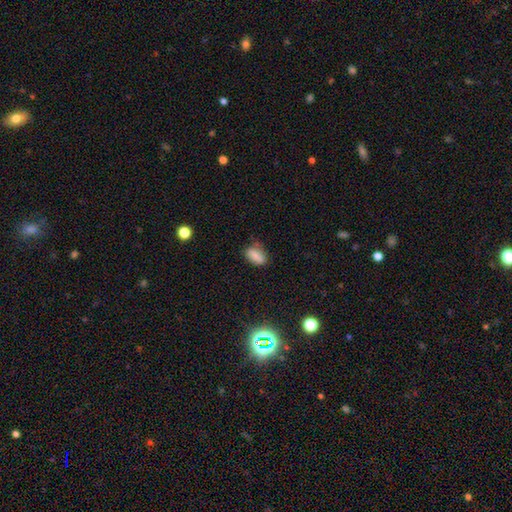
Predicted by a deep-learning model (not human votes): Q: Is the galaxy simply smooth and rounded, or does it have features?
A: smooth — 81%.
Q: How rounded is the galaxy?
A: in between — 83%.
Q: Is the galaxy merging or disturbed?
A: none — 60%.